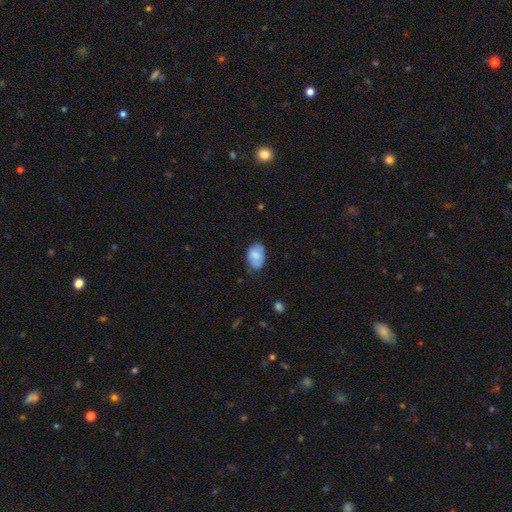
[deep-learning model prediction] Smooth or featured?
  - smooth: 79% *
  - featured or disk: 14%
  - star or artifact: 7%
How rounded?
  - in between: 87% *
  - round: 12%
  - cigar-shaped: 1%
Merging?
  - none: 63% *
  - minor disturbance: 29%
  - major disturbance: 6%
  - merger: 2%